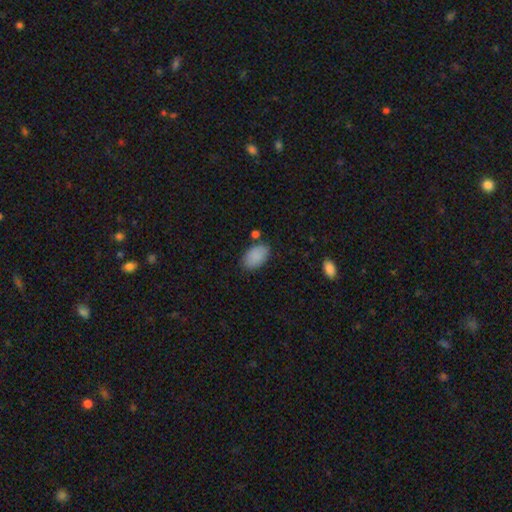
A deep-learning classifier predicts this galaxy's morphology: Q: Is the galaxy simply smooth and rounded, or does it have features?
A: smooth — 88%.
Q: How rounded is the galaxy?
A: in between — 93%.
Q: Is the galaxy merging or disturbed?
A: none — 78%.